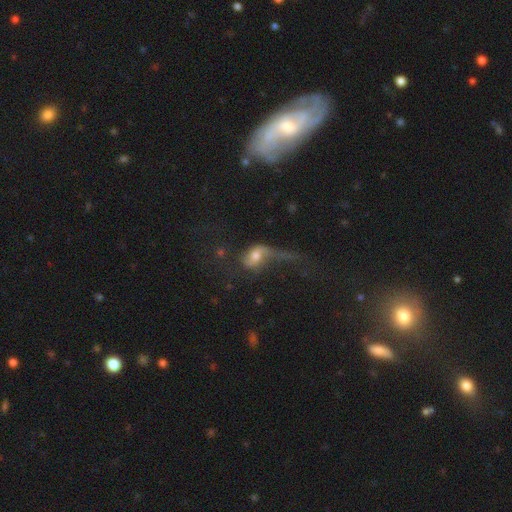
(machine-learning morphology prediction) This is possibly a smooth galaxy (48%). Merging: possibly major disturbance (57%).